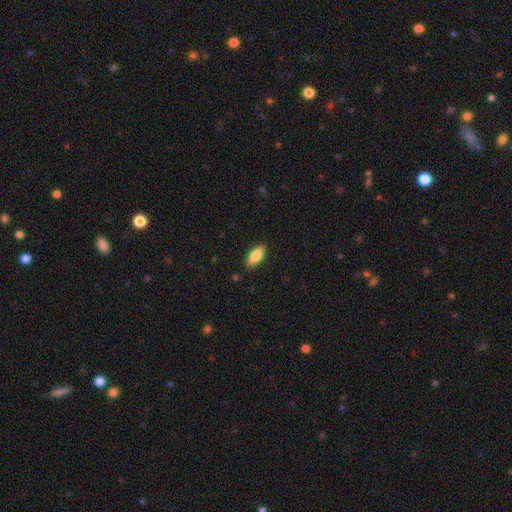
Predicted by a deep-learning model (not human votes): Overall: smooth (84%). How rounded: in between (85%). Merging: none (88%).